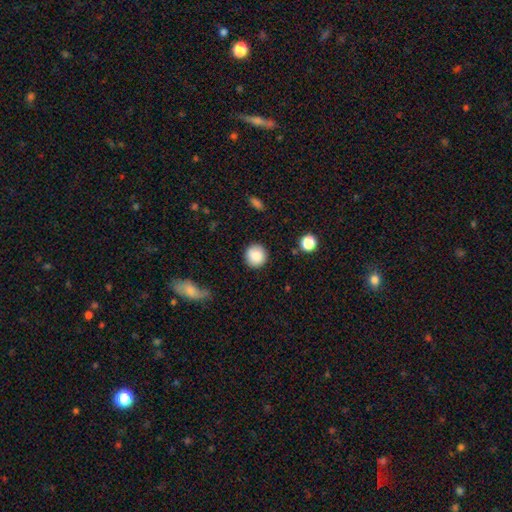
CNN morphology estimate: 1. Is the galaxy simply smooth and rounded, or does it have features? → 88% smooth, 8% star or artifact, 4% featured or disk.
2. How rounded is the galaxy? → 93% round, 6% in between, 1% cigar-shaped.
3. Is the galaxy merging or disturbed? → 88% none, 8% minor disturbance, 2% major disturbance, 2% merger.